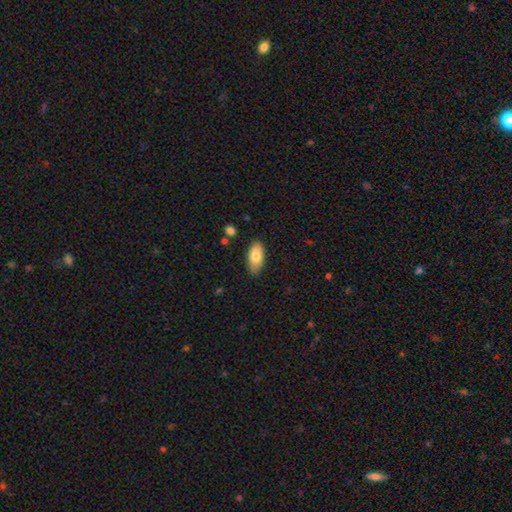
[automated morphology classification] Q: Smooth or featured?
A: smooth (80%); runner-up: featured or disk (13%)
Q: How rounded?
A: in between (91%); runner-up: cigar-shaped (6%)
Q: Merging?
A: none (83%); runner-up: minor disturbance (13%)